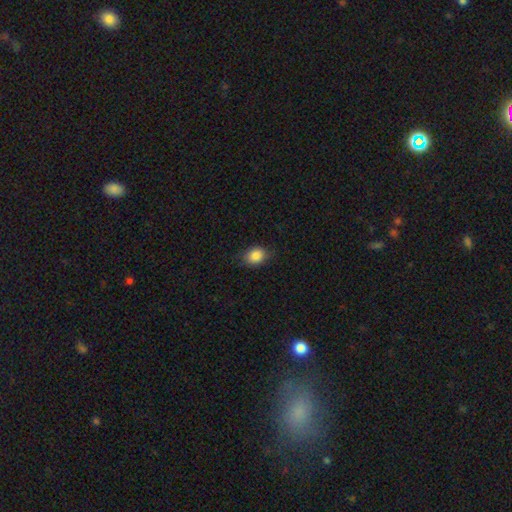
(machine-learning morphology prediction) Smooth or featured? smooth (86%)
How rounded? in between (69%)
Merging? none (79%)